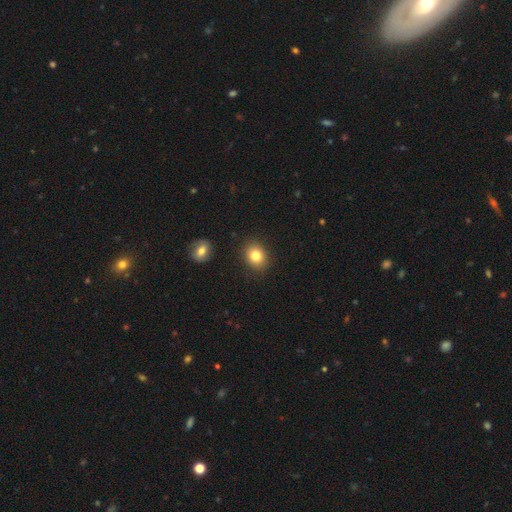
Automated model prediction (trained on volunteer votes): smooth-or-featured: smooth: 82% | star or artifact: 10% | featured or disk: 8%
  how-rounded: round: 58% | in between: 42% | cigar-shaped: 1%
  merging: none: 88% | minor disturbance: 8% | major disturbance: 2% | merger: 2%